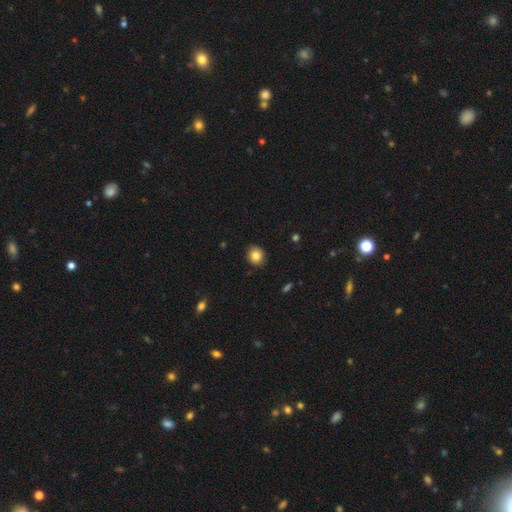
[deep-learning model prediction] Overall: smooth (83%). How rounded: round (79%). Merging: none (89%).